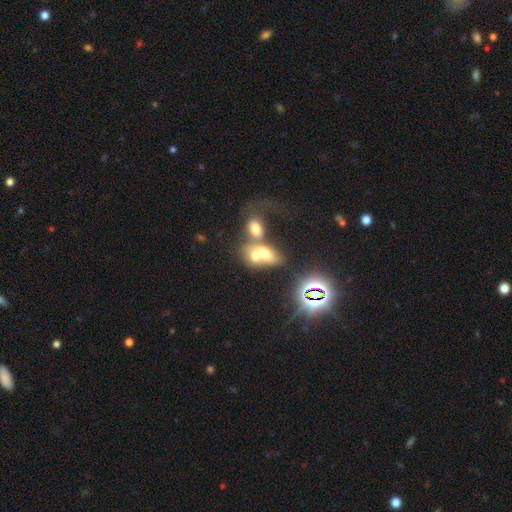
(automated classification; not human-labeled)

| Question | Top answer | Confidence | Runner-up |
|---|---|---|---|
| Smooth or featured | smooth | 56% | featured or disk (27%) |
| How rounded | in between | 70% | round (27%) |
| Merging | merger | 72% | none (14%) |